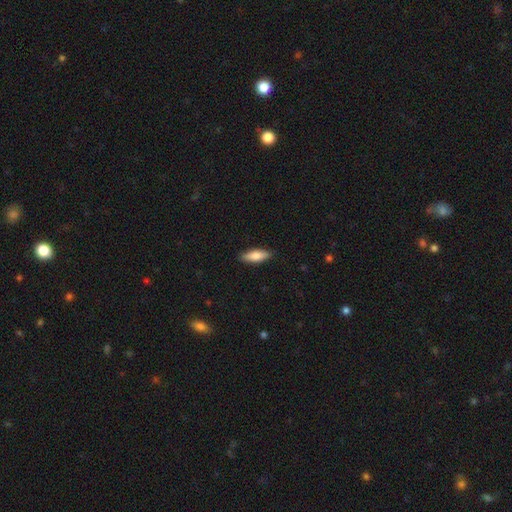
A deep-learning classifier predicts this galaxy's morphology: Smooth or featured?
  - smooth: 79% *
  - featured or disk: 15%
  - star or artifact: 6%
How rounded?
  - in between: 61% *
  - cigar-shaped: 37%
  - round: 2%
Merging?
  - none: 89% *
  - minor disturbance: 8%
  - major disturbance: 2%
  - merger: 1%